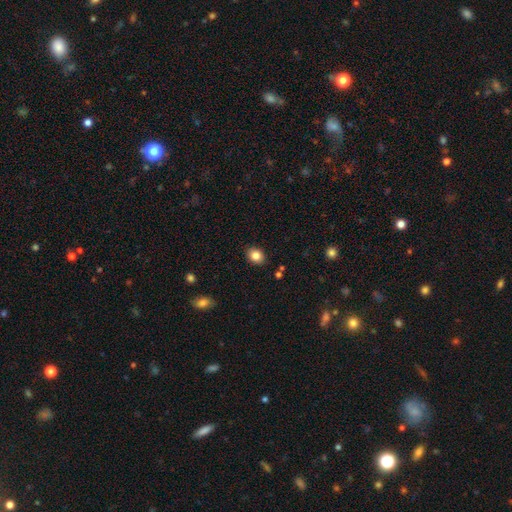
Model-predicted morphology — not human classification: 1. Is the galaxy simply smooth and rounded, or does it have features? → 84% smooth, 9% star or artifact, 7% featured or disk.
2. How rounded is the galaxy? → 54% in between, 45% round, 1% cigar-shaped.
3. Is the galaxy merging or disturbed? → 88% none, 8% minor disturbance, 2% major disturbance, 2% merger.